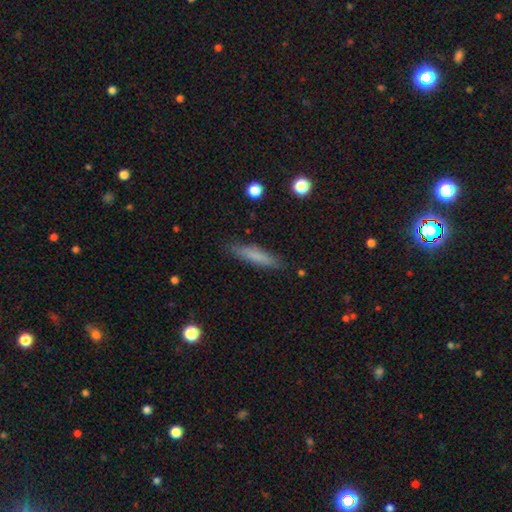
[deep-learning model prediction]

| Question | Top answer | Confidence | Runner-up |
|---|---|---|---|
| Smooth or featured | smooth | 76% | featured or disk (17%) |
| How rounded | cigar-shaped | 86% | in between (13%) |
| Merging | none | 87% | minor disturbance (10%) |